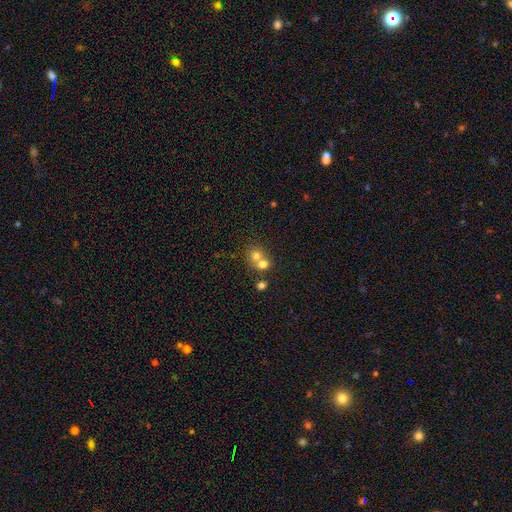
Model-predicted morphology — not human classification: A smooth galaxy with no disk features (72%) that is round (78%). Merging: merger (58%).